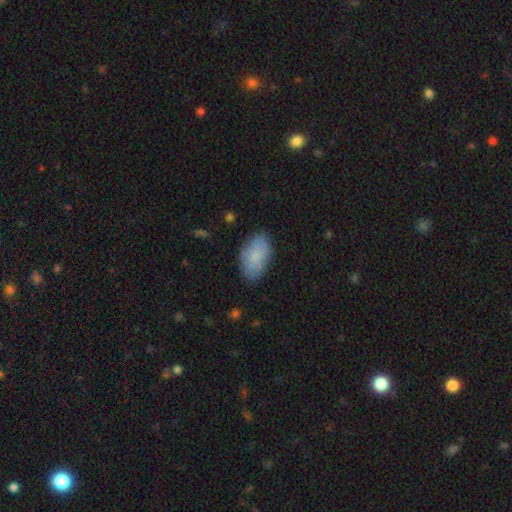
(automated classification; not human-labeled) Smooth or featured: smooth — 83% (featured or disk — 11%)
How rounded: in between — 94% (round — 4%)
Merging: none — 80% (minor disturbance — 15%)